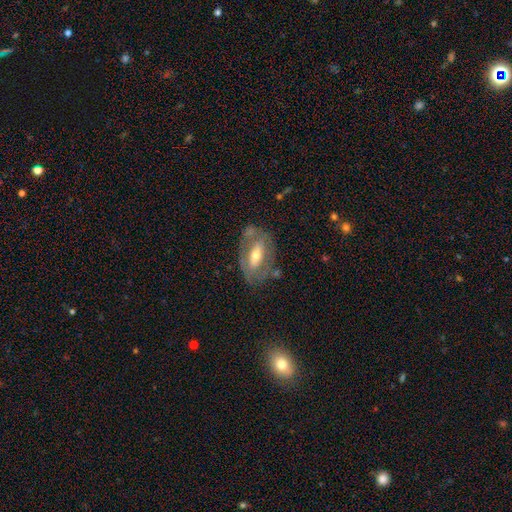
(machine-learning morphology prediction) smooth_or_featured: featured or disk (p=0.62) [alt: smooth p=0.32]
disk_edge_on: no (p=0.85) [alt: yes p=0.15]
bar: strong (p=0.35) [alt: no p=0.34]
has_spiral_arms: no (p=0.62) [alt: yes p=0.38]
bulge_size: moderate (p=0.64) [alt: small p=0.26]
merging: none (p=0.62) [alt: minor disturbance p=0.21]